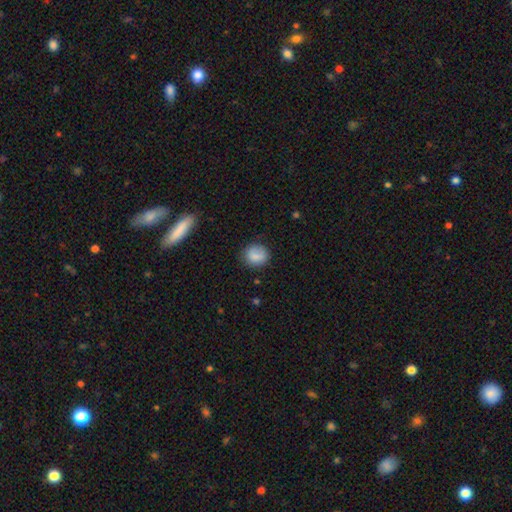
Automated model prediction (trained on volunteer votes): Q: Smooth or featured?
A: smooth (84%); runner-up: star or artifact (8%)
Q: How rounded?
A: round (75%); runner-up: in between (23%)
Q: Merging?
A: none (78%); runner-up: minor disturbance (16%)